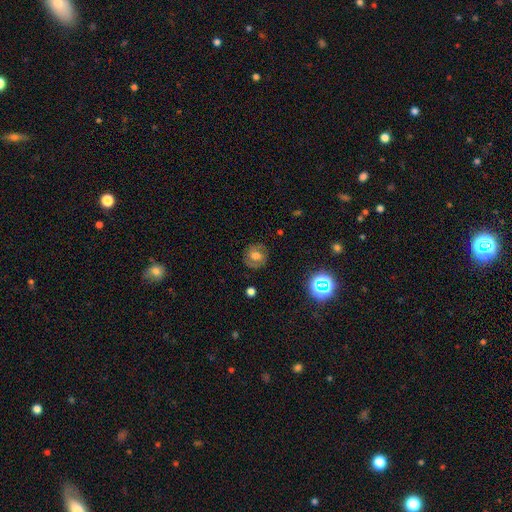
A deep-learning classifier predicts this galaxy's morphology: smooth-or-featured: smooth: 51% | featured or disk: 34% | star or artifact: 15%
  how-rounded: round: 85% | in between: 14% | cigar-shaped: 1%
  merging: none: 83% | minor disturbance: 12% | major disturbance: 4% | merger: 1%